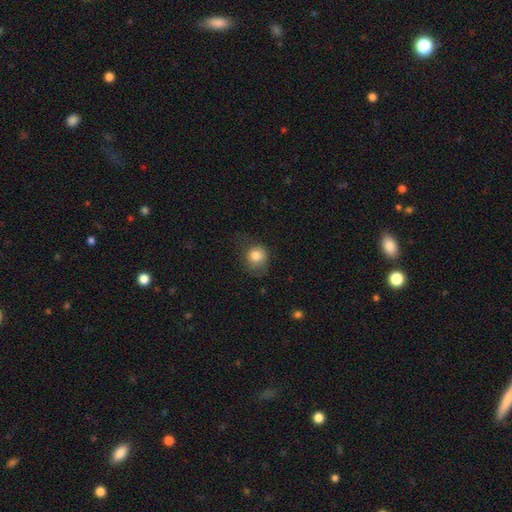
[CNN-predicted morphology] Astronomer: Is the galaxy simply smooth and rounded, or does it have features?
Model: smooth — 82%.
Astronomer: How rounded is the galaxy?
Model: round — 75%.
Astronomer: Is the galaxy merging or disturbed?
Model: none — 58%.